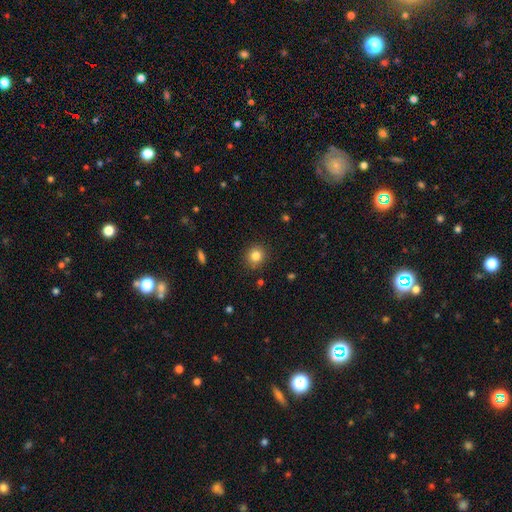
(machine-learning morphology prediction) smooth 83%, star or artifact 11%, featured or disk 6%. Down the decision tree: how rounded — round (85%); merging — none (88%).